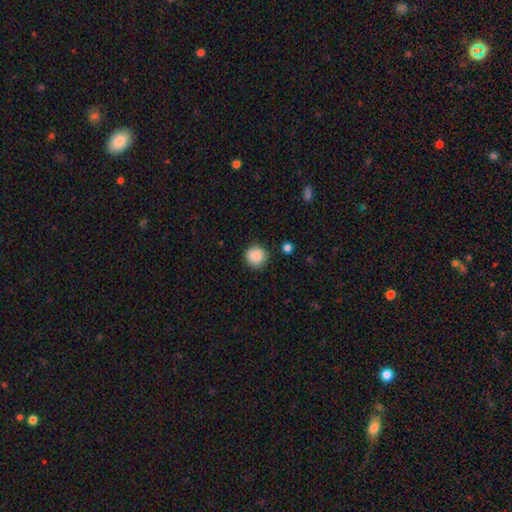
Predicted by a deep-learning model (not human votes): smooth 88%, star or artifact 8%, featured or disk 3%. Down the decision tree: how rounded — round (95%); merging — none (89%).